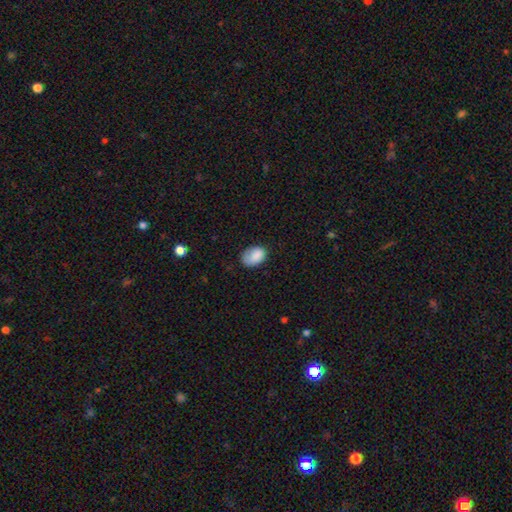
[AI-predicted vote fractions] smooth_or_featured: smooth (p=0.84) [alt: star or artifact p=0.08]
how_rounded: in between (p=0.79) [alt: round p=0.20]
merging: none (p=0.63) [alt: minor disturbance p=0.27]